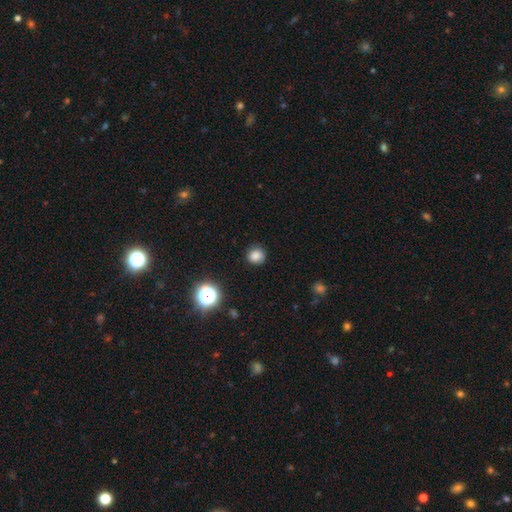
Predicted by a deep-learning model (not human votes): Smooth or featured? Predicted: smooth (p=0.81). How rounded? Predicted: round (p=0.87). Merging? Predicted: none (p=0.86).